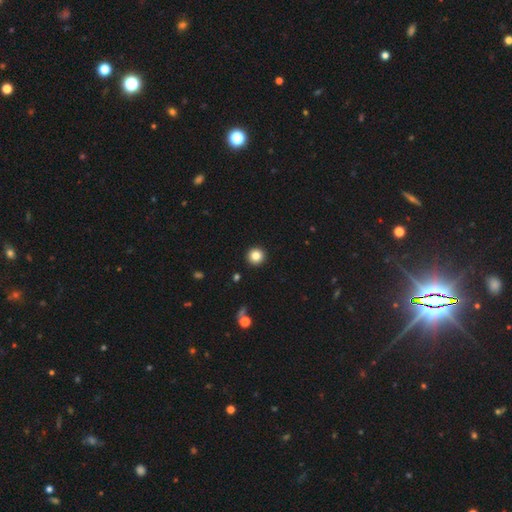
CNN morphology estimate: type=smooth (85%); roundness=round (96%); merging=none (93%).